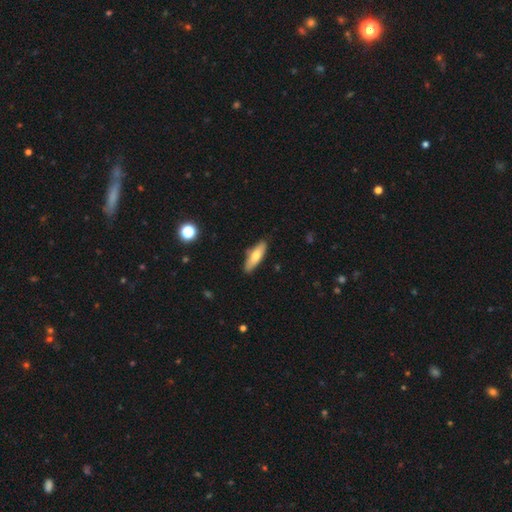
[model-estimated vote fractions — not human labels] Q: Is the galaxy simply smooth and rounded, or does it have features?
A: smooth — 68%.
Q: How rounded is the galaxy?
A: in between — 50%.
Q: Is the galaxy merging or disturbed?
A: none — 84%.